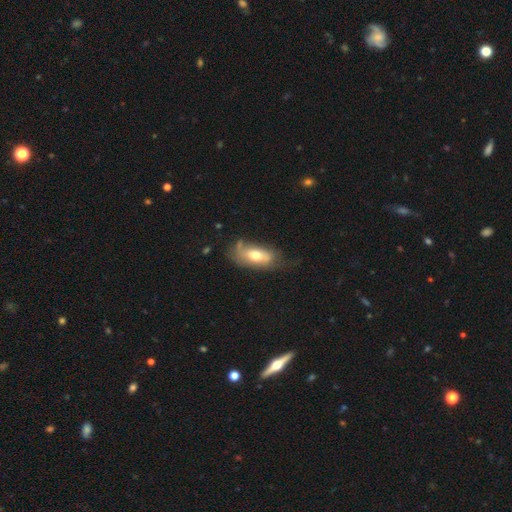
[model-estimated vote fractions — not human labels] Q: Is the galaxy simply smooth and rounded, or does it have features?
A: smooth — 58%.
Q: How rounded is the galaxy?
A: in between — 87%.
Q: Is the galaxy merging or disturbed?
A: none — 45%.